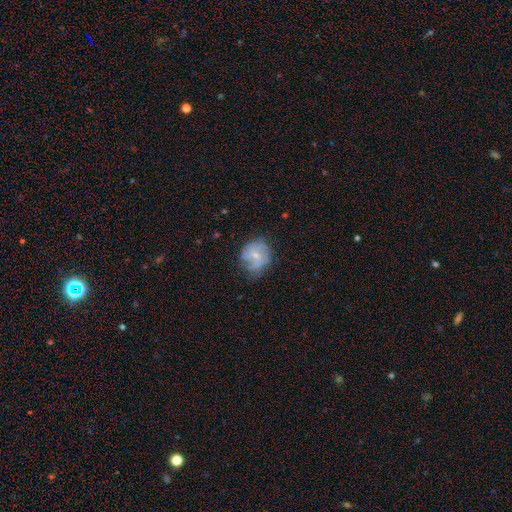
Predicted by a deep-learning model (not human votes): Overall: featured or disk (49%; smooth 42%). Merging: none (56%; minor disturbance 29%).